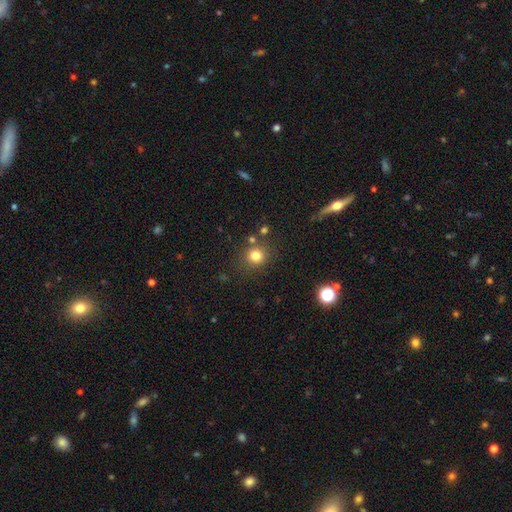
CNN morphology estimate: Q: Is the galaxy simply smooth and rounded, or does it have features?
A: smooth — 79%.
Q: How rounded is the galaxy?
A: round — 87%.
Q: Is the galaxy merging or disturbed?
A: none — 80%.